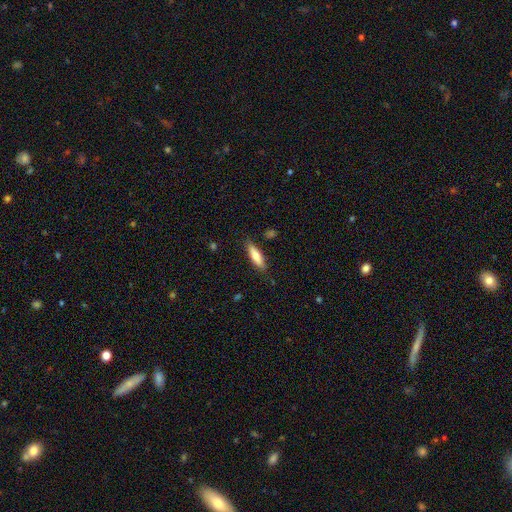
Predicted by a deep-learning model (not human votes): Smooth or featured? smooth (72%)
How rounded? cigar-shaped (61%)
Merging? none (83%)